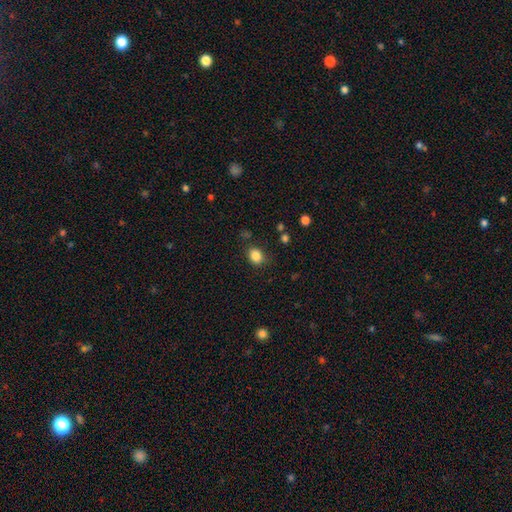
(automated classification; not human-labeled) Smooth or featured? Predicted: smooth (p=0.85). How rounded? Predicted: in between (p=0.50). Merging? Predicted: none (p=0.78).